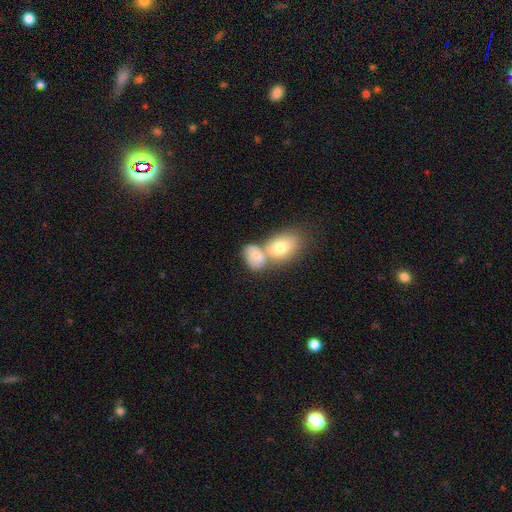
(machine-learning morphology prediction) smooth-or-featured: smooth: 73% | featured or disk: 19% | star or artifact: 8%
  how-rounded: in between: 81% | round: 18% | cigar-shaped: 2%
  merging: merger: 56% | none: 26% | minor disturbance: 12% | major disturbance: 6%